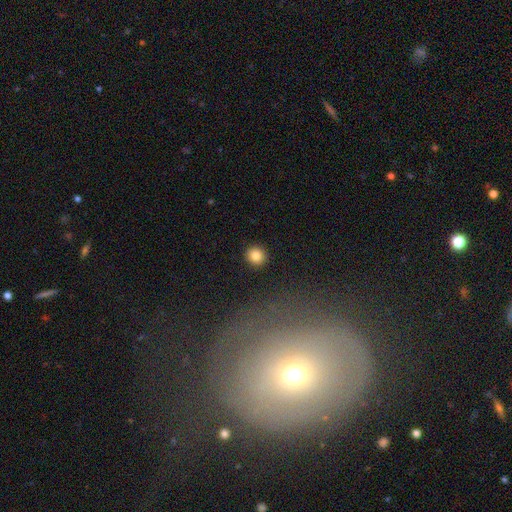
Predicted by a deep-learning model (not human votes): A smooth galaxy with no disk features (83%) that is round (92%). Merging: none (92%).